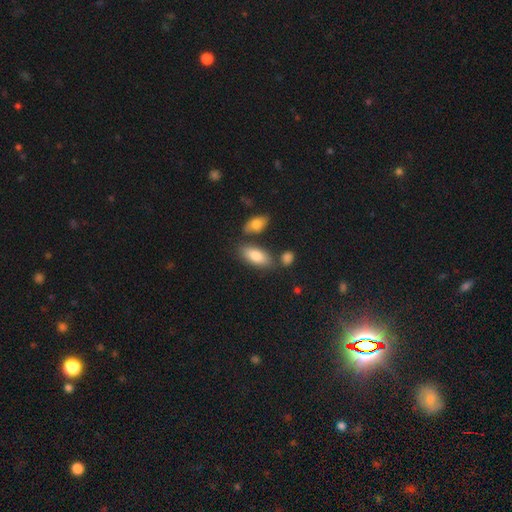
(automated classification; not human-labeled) Overall: smooth (82%). How rounded: in between (87%). Merging: none (70%).